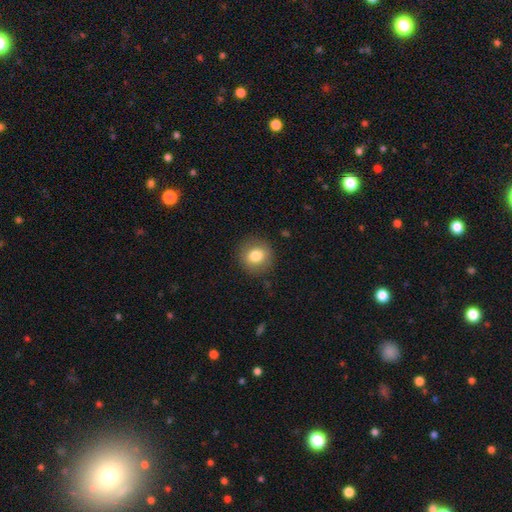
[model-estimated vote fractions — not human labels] The model was most divided on "smooth or featured": smooth: 80%, featured or disk: 11%, star or artifact: 9%. More confident: how rounded — round (90%); merging — none (89%).